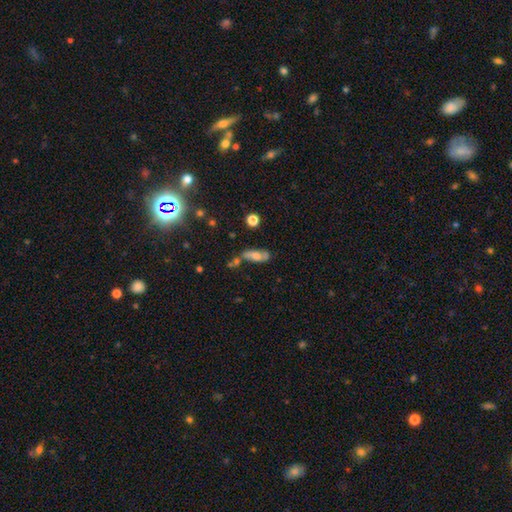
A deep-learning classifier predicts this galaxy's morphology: Overall: smooth (48%; featured or disk 41%). Merging: none (46%; minor disturbance 22%).